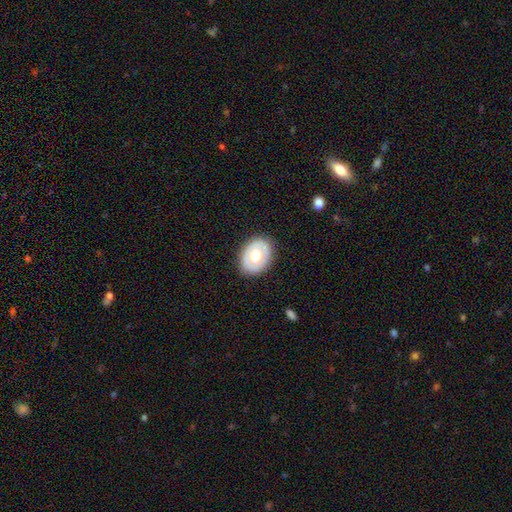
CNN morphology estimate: type=smooth (49%); merging=none (85%).